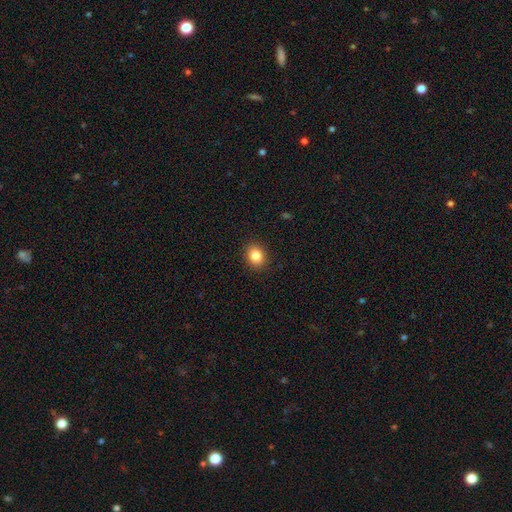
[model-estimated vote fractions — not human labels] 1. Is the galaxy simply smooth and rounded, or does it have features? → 86% smooth, 9% star or artifact, 4% featured or disk.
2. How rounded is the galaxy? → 58% round, 41% in between, 1% cigar-shaped.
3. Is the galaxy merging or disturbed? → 90% none, 7% minor disturbance, 2% major disturbance, 1% merger.